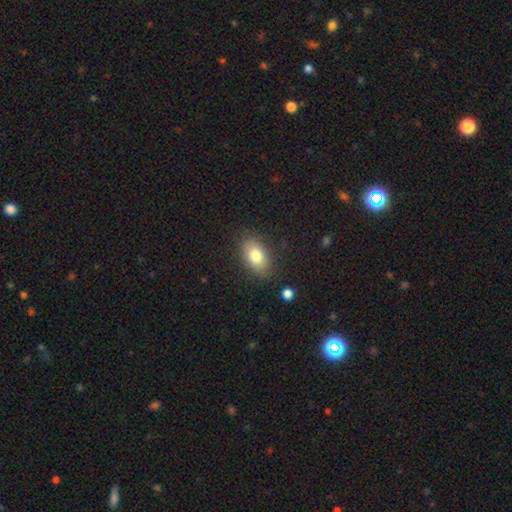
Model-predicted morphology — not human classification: smooth_or_featured: smooth (p=0.79) [alt: featured or disk p=0.13]
how_rounded: in between (p=0.88) [alt: round p=0.09]
merging: none (p=0.85) [alt: minor disturbance p=0.10]